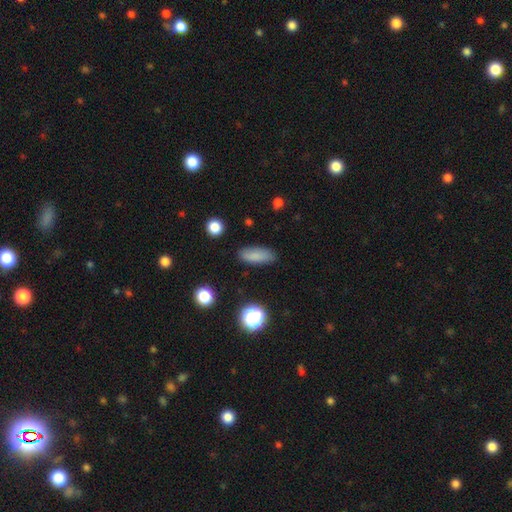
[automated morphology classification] A smooth galaxy with no disk features (83%) that is in between round and cigar-shaped (67%).

Vote fractions:
- Smooth or featured? smooth: 83% / star or artifact: 9% / featured or disk: 8%
- How rounded? in between: 67% / cigar-shaped: 30% / round: 3%
- Merging? none: 85% / minor disturbance: 11% / major disturbance: 3% / merger: 2%